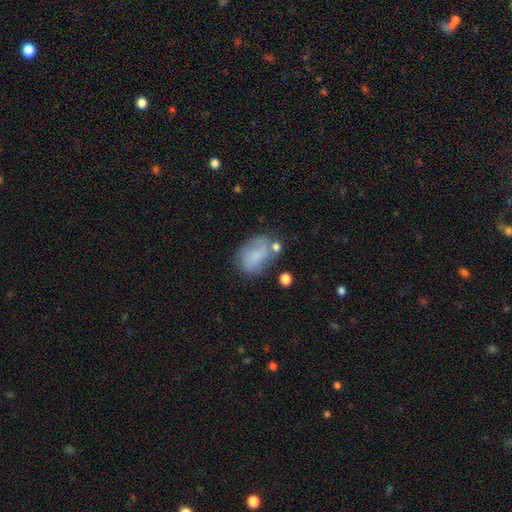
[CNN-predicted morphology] Smooth or featured? Predicted: smooth (p=0.69). How rounded? Predicted: in between (p=0.83). Merging? Predicted: none (p=0.50).